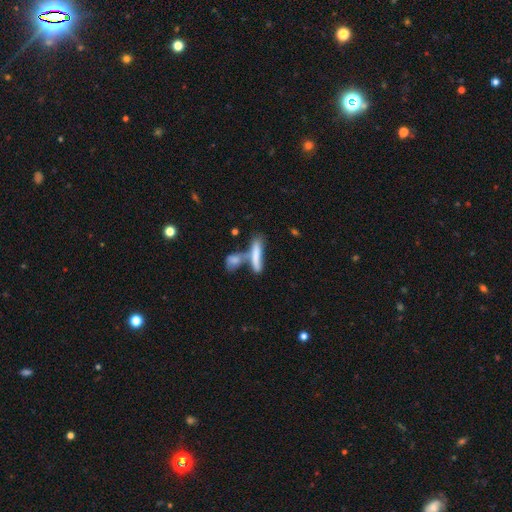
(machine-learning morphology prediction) smooth_or_featured: smooth (p=0.70) [alt: featured or disk p=0.22]
how_rounded: cigar-shaped (p=0.78) [alt: in between p=0.20]
merging: merger (p=0.43) [alt: none p=0.37]